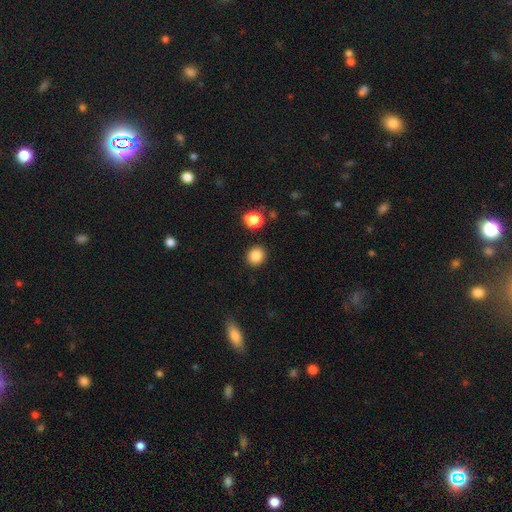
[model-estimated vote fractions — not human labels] A smooth galaxy with no disk features (86%) that is round (82%).

Vote fractions:
- Smooth or featured? smooth: 86% / star or artifact: 10% / featured or disk: 4%
- How rounded? round: 82% / in between: 17% / cigar-shaped: 1%
- Merging? none: 89% / minor disturbance: 6% / merger: 2% / major disturbance: 2%